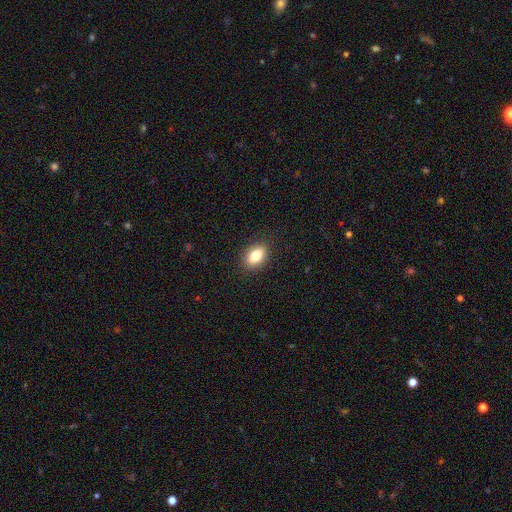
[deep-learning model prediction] smooth-or-featured: smooth: 81% | featured or disk: 10% | star or artifact: 9%
  how-rounded: in between: 83% | round: 14% | cigar-shaped: 2%
  merging: none: 89% | minor disturbance: 8% | major disturbance: 2% | merger: 1%